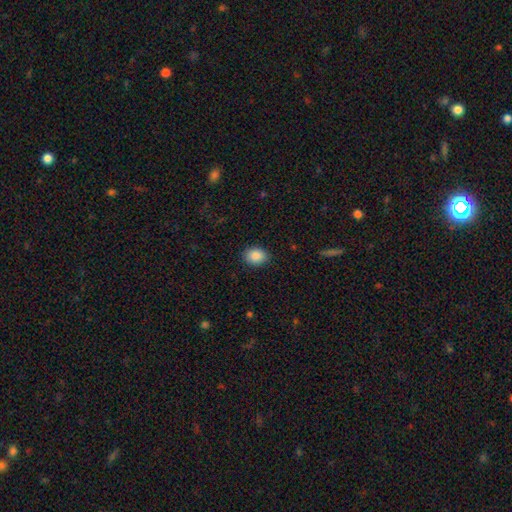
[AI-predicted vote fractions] Smooth or featured? smooth (88%)
How rounded? in between (63%)
Merging? none (88%)